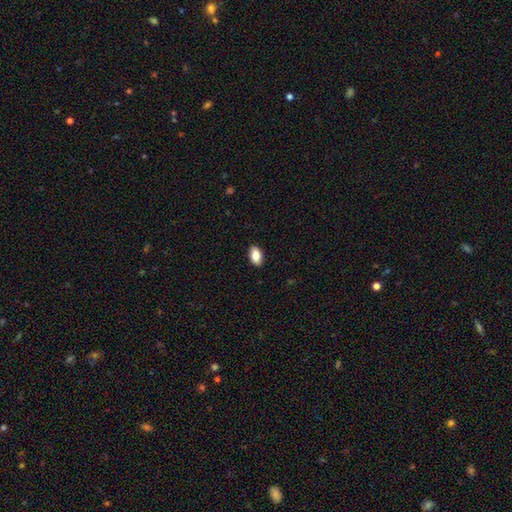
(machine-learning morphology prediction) This is clearly a smooth galaxy (85%). How rounded: clearly in between (92%). Merging: clearly none (89%).